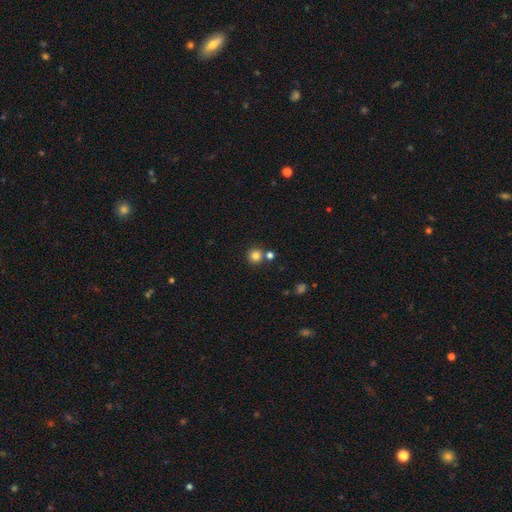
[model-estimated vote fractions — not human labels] smooth_or_featured: smooth (p=0.82) [alt: star or artifact p=0.12]
how_rounded: round (p=0.93) [alt: in between p=0.06]
merging: none (p=0.75) [alt: merger p=0.15]